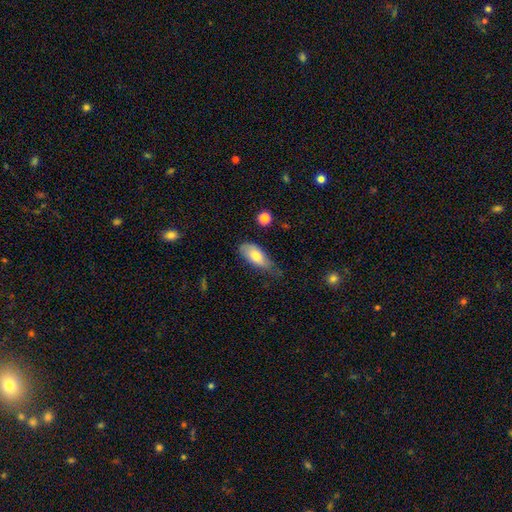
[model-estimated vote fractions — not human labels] smooth 76%, featured or disk 17%, star or artifact 6%. Down the decision tree: how rounded — in between (87%); merging — none (45%).